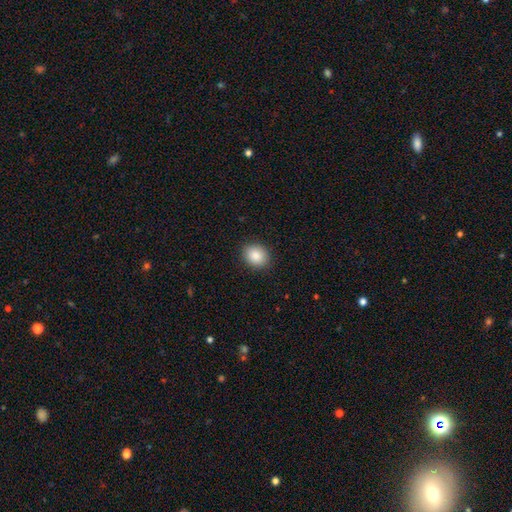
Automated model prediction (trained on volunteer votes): Smooth or featured: smooth — 88% (star or artifact — 8%)
How rounded: round — 60% (in between — 39%)
Merging: none — 89% (minor disturbance — 7%)